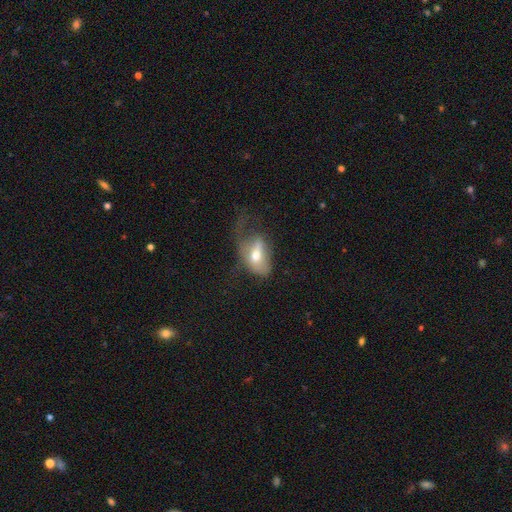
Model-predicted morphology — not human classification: smooth 59%, featured or disk 33%, star or artifact 8%. Down the decision tree: how rounded — in between (86%); merging — major disturbance (49%).